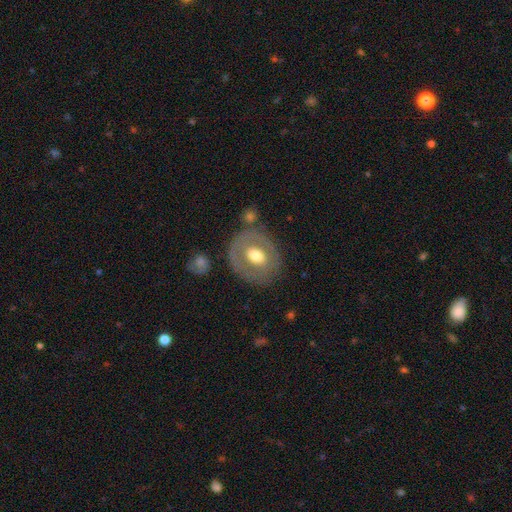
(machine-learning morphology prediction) Smooth or featured? featured or disk (48%)
Merging? none (74%)